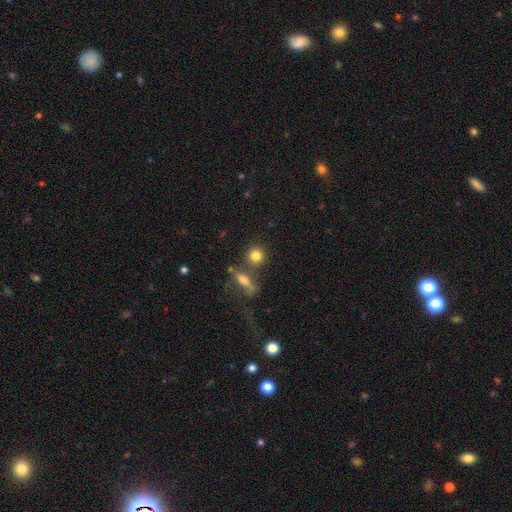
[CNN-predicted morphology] smooth 79%, star or artifact 11%, featured or disk 9%. Down the decision tree: how rounded — round (84%); merging — none (66%).